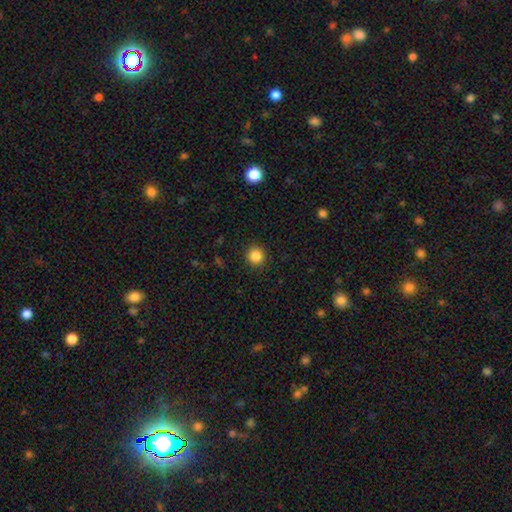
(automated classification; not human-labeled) Smooth or featured? Predicted: smooth (p=0.85). How rounded? Predicted: round (p=0.93). Merging? Predicted: none (p=0.91).